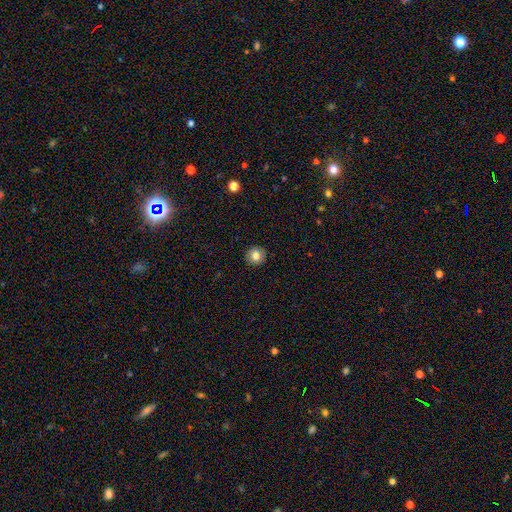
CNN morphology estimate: Smooth or featured?
  - smooth: 80% *
  - featured or disk: 10%
  - star or artifact: 10%
How rounded?
  - round: 93% *
  - in between: 6%
  - cigar-shaped: 1%
Merging?
  - none: 92% *
  - minor disturbance: 6%
  - major disturbance: 2%
  - merger: 1%